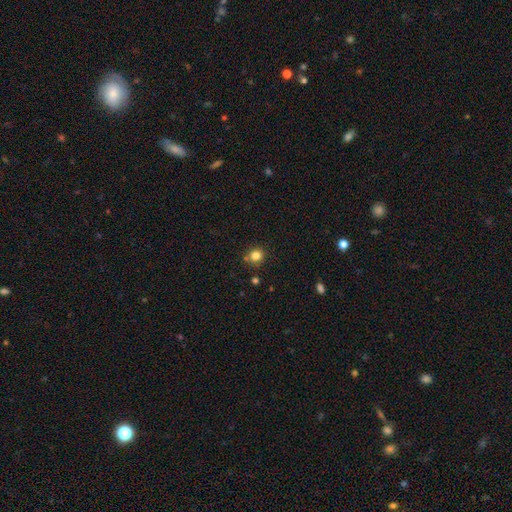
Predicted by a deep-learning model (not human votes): smooth-or-featured: smooth: 82% | star or artifact: 13% | featured or disk: 5%
  how-rounded: round: 88% | in between: 11% | cigar-shaped: 1%
  merging: none: 79% | minor disturbance: 10% | merger: 8% | major disturbance: 3%